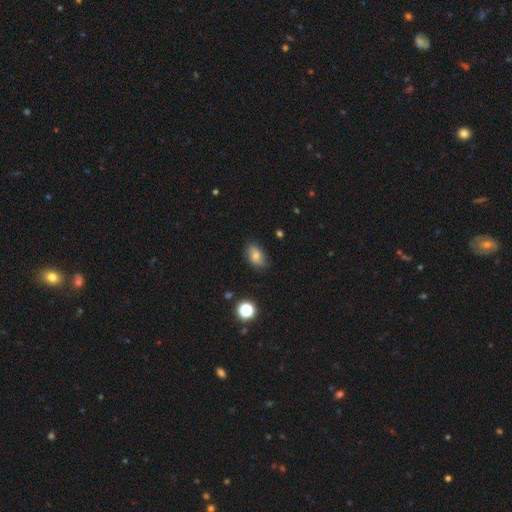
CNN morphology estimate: smooth 76%, featured or disk 13%, star or artifact 11%. Down the decision tree: how rounded — in between (86%); merging — none (77%).